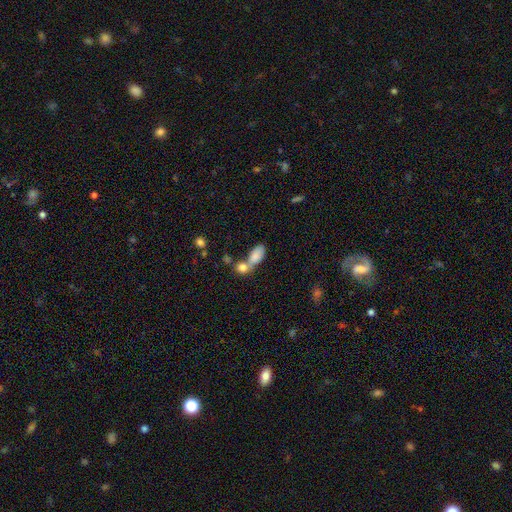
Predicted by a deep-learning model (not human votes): A smooth galaxy with no disk features (82%) that is in between round and cigar-shaped (86%). Merging: merger (60%).